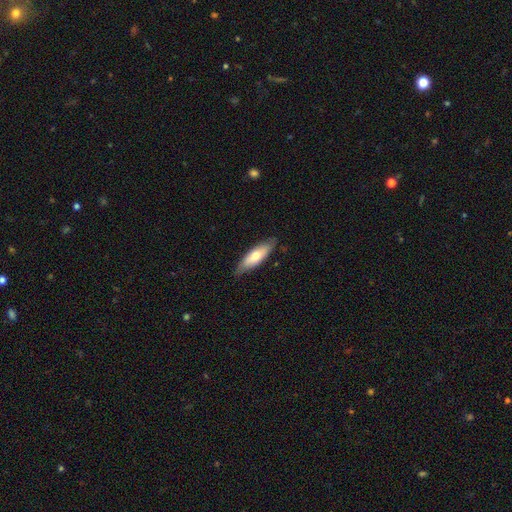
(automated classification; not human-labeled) Smooth or featured? Predicted: smooth (p=0.64). How rounded? Predicted: in between (p=0.52). Merging? Predicted: none (p=0.81).